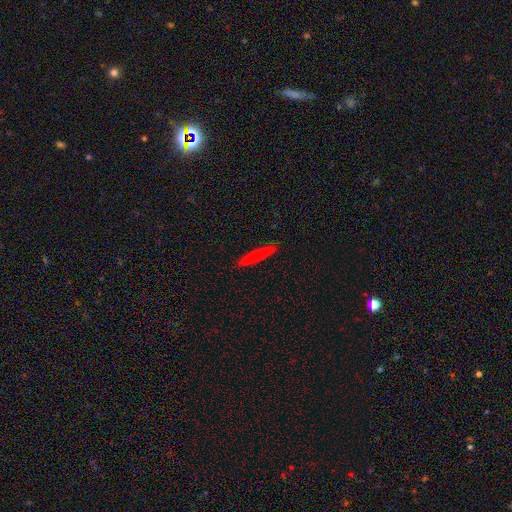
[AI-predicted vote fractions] Q: Smooth or featured?
A: smooth (71%); runner-up: featured or disk (21%)
Q: How rounded?
A: cigar-shaped (96%); runner-up: in between (2%)
Q: Merging?
A: none (91%); runner-up: minor disturbance (6%)